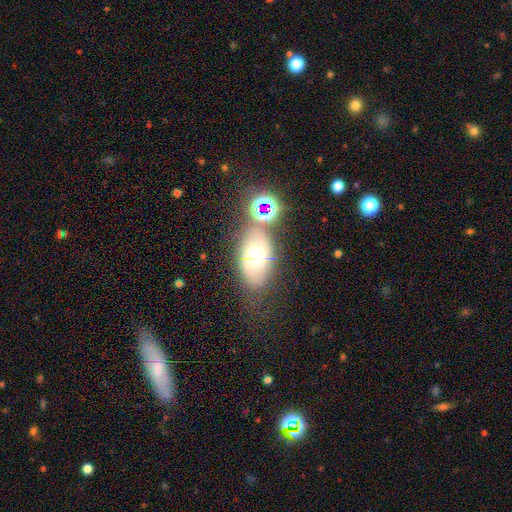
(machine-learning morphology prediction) smooth_or_featured: smooth (p=0.52) [alt: featured or disk p=0.32]
how_rounded: in between (p=0.85) [alt: round p=0.12]
merging: none (p=0.62) [alt: minor disturbance p=0.18]